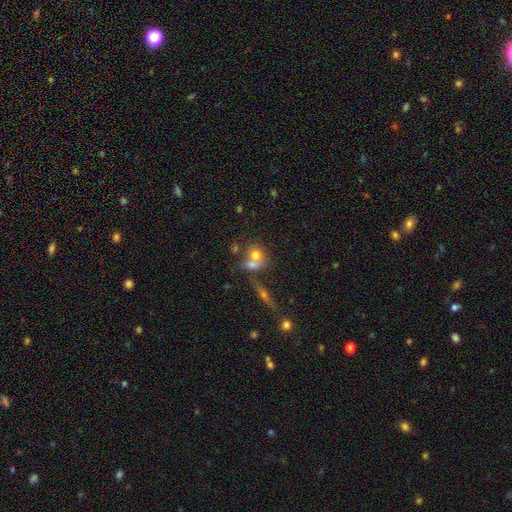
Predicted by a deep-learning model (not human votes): smooth 67%, featured or disk 21%, star or artifact 11%. Down the decision tree: how rounded — round (59%); merging — merger (54%).